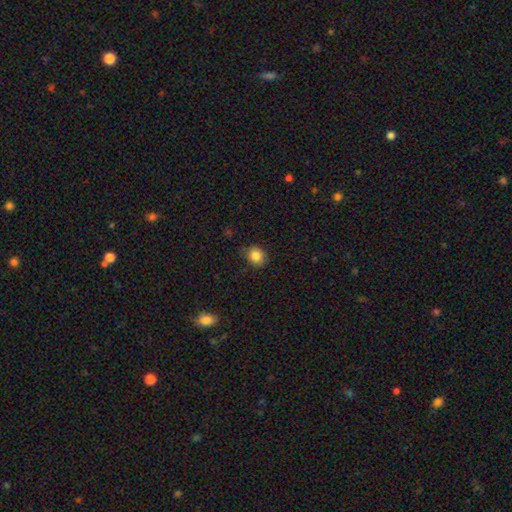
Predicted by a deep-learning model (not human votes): Morphology: type=smooth (85%); roundness=round (74%); merging=none (79%).